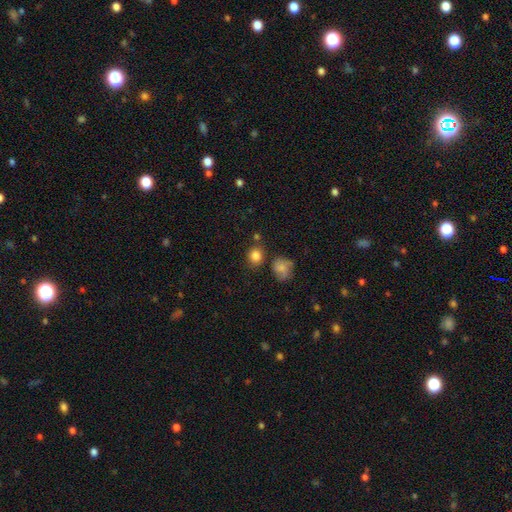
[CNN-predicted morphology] Overall: smooth (82%). How rounded: round (74%). Merging: none (74%).